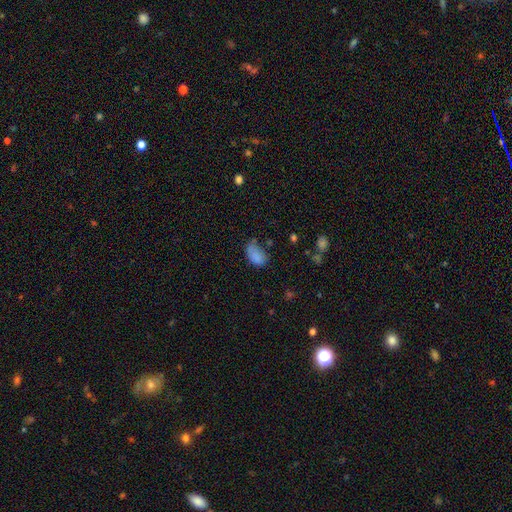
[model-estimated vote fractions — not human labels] This is clearly a smooth galaxy (82%). How rounded: clearly in between (91%). Merging: marginally none (42%).